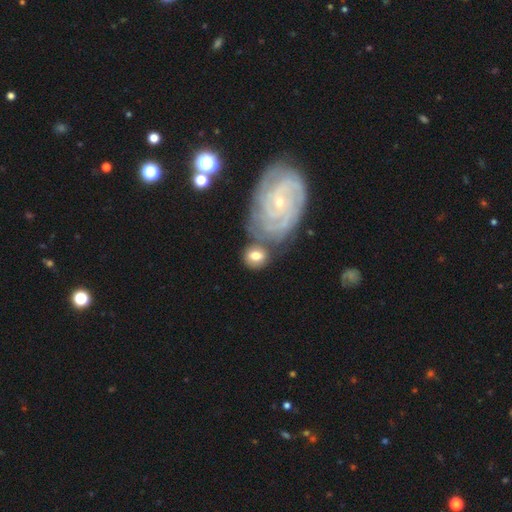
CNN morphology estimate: Q: Smooth or featured?
A: smooth (55%); runner-up: featured or disk (38%)
Q: How rounded?
A: round (54%); runner-up: in between (45%)
Q: Merging?
A: none (54%); runner-up: merger (23%)